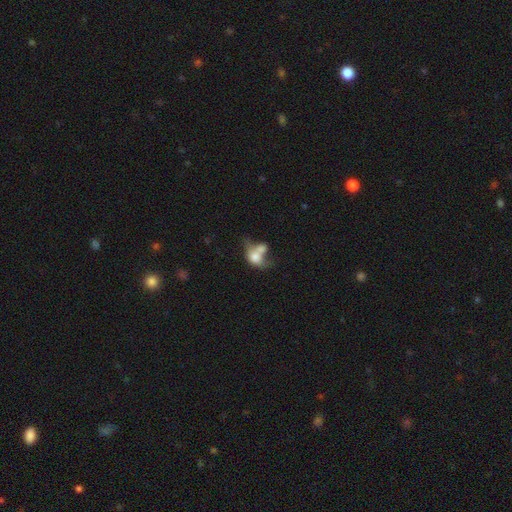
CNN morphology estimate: Smooth or featured: smooth — 64% (featured or disk — 27%)
How rounded: in between — 63% (round — 35%)
Merging: merger — 60% (none — 15%)